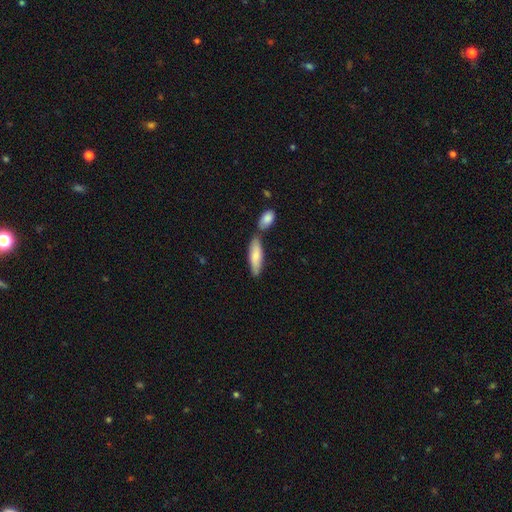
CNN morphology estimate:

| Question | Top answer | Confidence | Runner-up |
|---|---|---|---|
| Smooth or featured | smooth | 77% | featured or disk (18%) |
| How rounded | cigar-shaped | 54% | in between (44%) |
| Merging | none | 60% | merger (23%) |